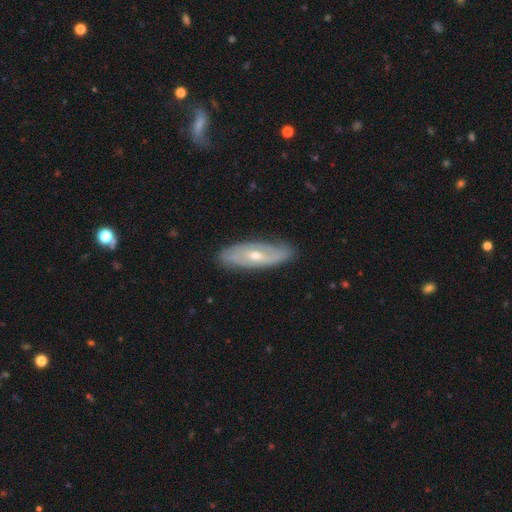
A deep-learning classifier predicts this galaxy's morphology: A featured or disk galaxy (66%) with no bar (51%), spiral arms (73%) and a moderate central bulge (53%). Merging: none (82%).